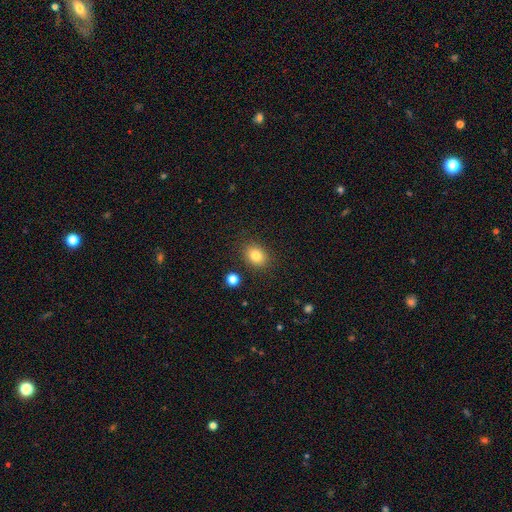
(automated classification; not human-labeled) A smooth galaxy with no disk features (82%) that is in between round and cigar-shaped (55%). Merging: none (86%).